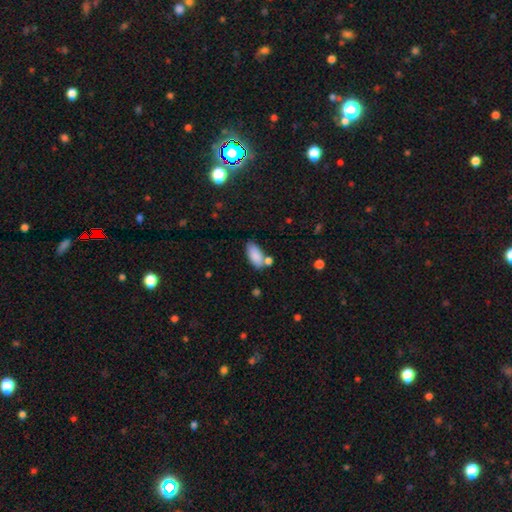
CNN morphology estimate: Smooth or featured?
  - smooth: 86% *
  - featured or disk: 7%
  - star or artifact: 7%
How rounded?
  - in between: 91% *
  - cigar-shaped: 7%
  - round: 2%
Merging?
  - none: 61% *
  - merger: 20%
  - minor disturbance: 15%
  - major disturbance: 4%